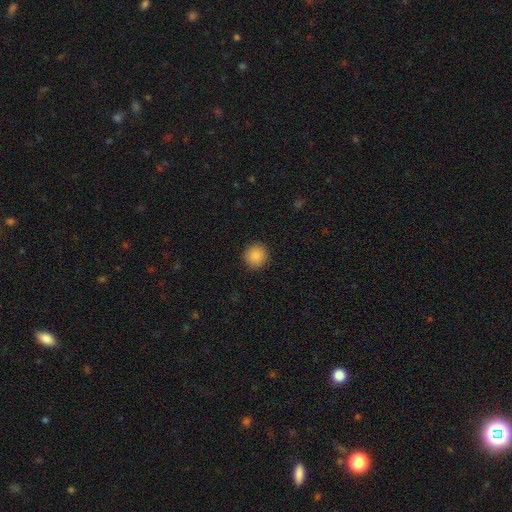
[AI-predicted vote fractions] This appears to be a smooth galaxy with no disk features (88%) that is round (93%). Merging: none (92%).